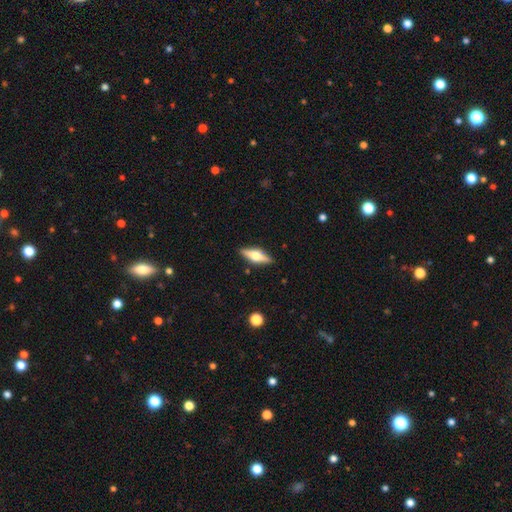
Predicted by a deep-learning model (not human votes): Morphology: type=featured or disk (59%); edge-on=yes (95%); edge-on bulge=rounded (92%); merging=none (88%).